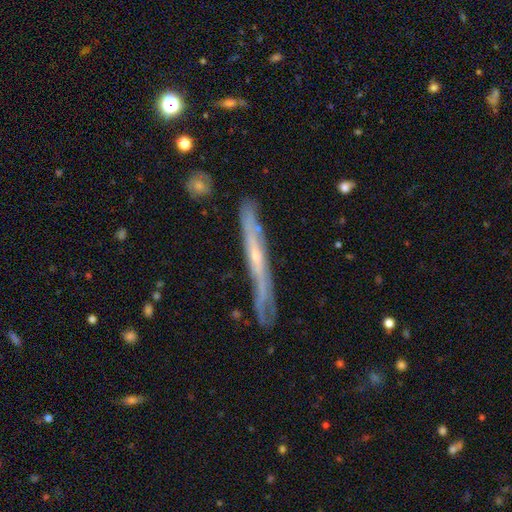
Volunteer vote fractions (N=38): Volunteers were most divided on "edge-on bulge": rounded: 52%, none: 48%, boxy: 0%. More confident: edge-on disk — yes (100%); merging — none (80%); smooth or featured — featured or disk (66%).